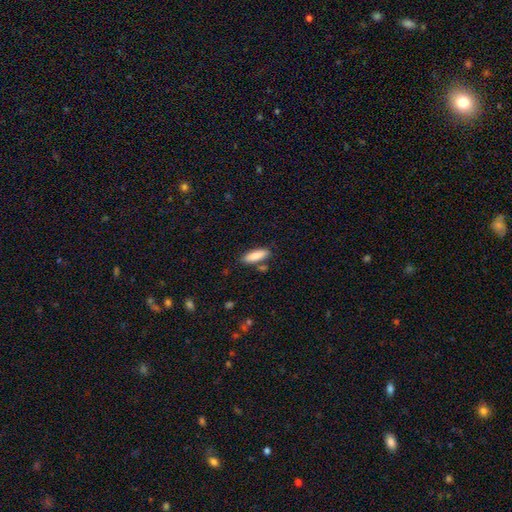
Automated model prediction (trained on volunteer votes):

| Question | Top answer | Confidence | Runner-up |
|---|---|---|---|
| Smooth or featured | smooth | 86% | featured or disk (8%) |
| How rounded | in between | 50% | cigar-shaped (48%) |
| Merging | none | 80% | minor disturbance (11%) |